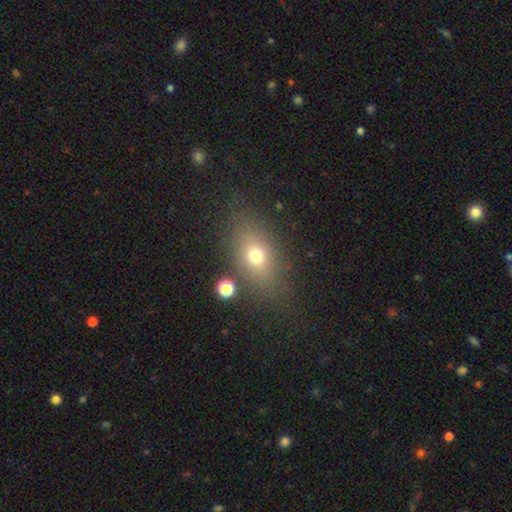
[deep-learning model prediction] This appears to be a smooth galaxy with no disk features (67%) that is in between round and cigar-shaped (71%). Merging: none (75%).